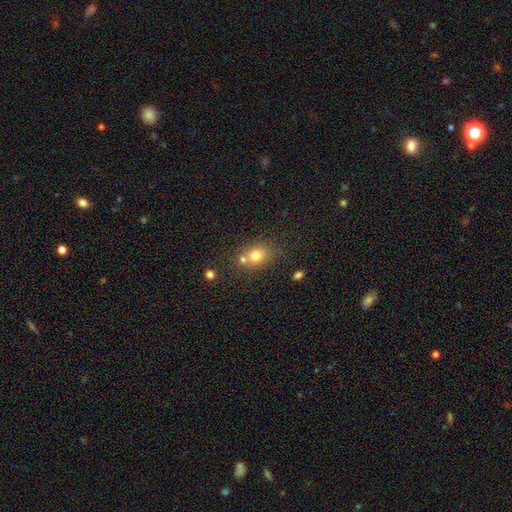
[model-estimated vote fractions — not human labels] Smooth or featured: smooth — 75% (star or artifact — 13%)
How rounded: round — 57% (in between — 42%)
Merging: none — 56% (merger — 28%)